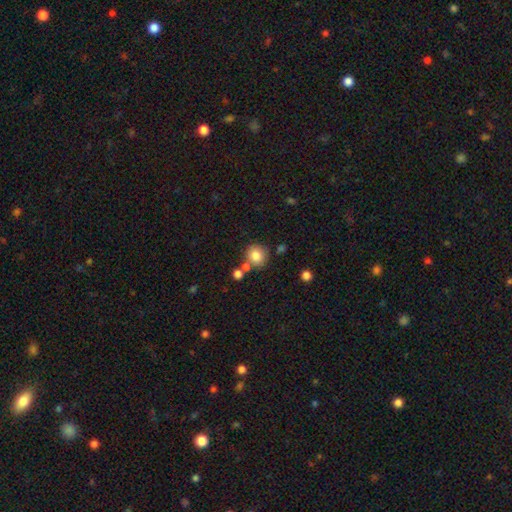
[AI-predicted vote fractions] smooth_or_featured: smooth (p=0.81) [alt: star or artifact p=0.10]
how_rounded: round (p=0.86) [alt: in between p=0.13]
merging: none (p=0.70) [alt: merger p=0.16]